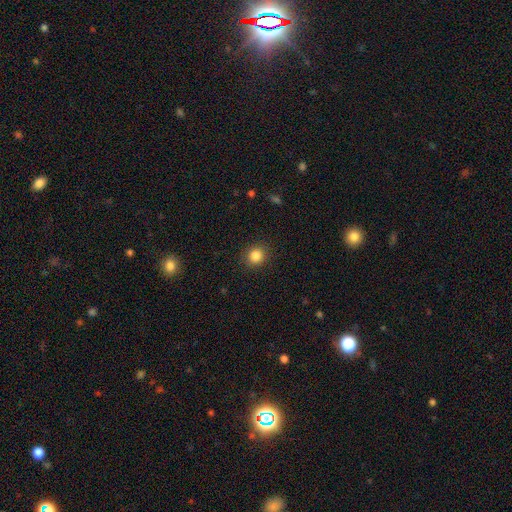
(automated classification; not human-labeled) Morphology: type=smooth (85%); roundness=round (85%); merging=none (89%).